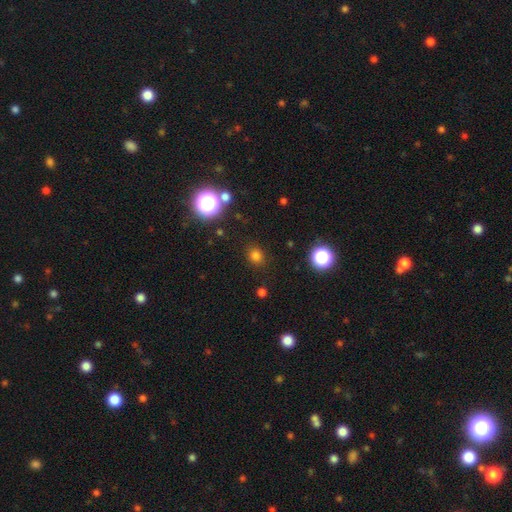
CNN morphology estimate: This appears to be a smooth galaxy with no disk features (75%) that is round (77%). Merging: none (87%).